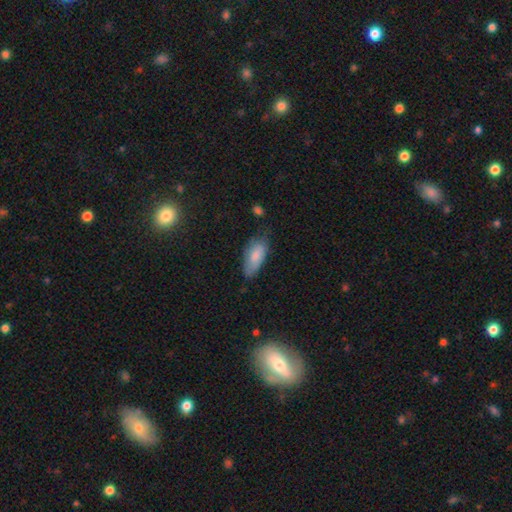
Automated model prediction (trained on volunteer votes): Q: Smooth or featured?
A: smooth (80%); runner-up: featured or disk (13%)
Q: How rounded?
A: in between (87%); runner-up: cigar-shaped (11%)
Q: Merging?
A: none (57%); runner-up: minor disturbance (33%)